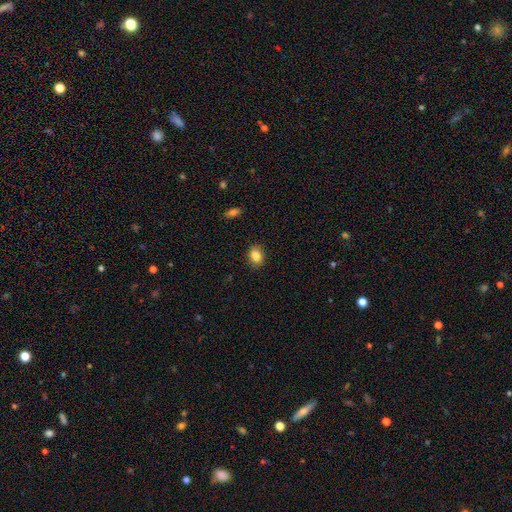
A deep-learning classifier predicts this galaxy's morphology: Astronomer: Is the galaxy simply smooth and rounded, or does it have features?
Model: smooth — 84%.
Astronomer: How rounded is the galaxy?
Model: in between — 60% (runner-up: round, 39%).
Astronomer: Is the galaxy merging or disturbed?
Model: none — 87%.